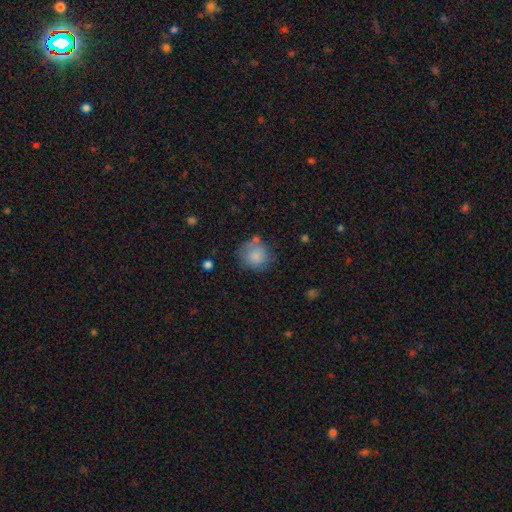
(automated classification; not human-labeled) Smooth or featured?
  - smooth: 81% *
  - featured or disk: 11%
  - star or artifact: 8%
How rounded?
  - round: 83% *
  - in between: 16%
  - cigar-shaped: 1%
Merging?
  - none: 62% *
  - minor disturbance: 22%
  - major disturbance: 8%
  - merger: 8%